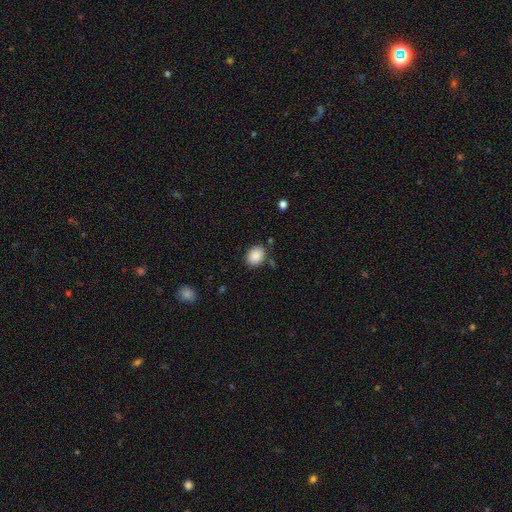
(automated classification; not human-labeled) Smooth or featured? Predicted: smooth (p=0.89). How rounded? Predicted: in between (p=0.56). Merging? Predicted: none (p=0.81).